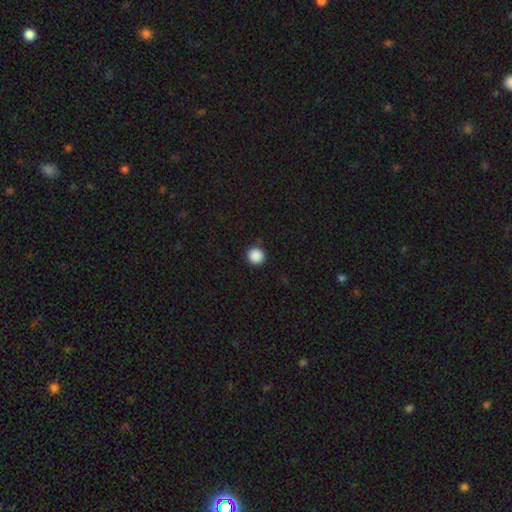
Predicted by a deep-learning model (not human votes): A smooth galaxy with no disk features (88%) that is round (95%). Merging: none (91%).